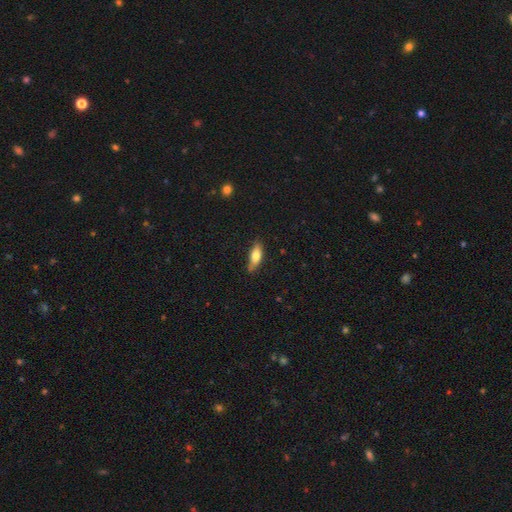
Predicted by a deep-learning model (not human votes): The model was most divided on "how rounded": in between: 62%, cigar-shaped: 35%, round: 3%. More confident: merging — none (73%); smooth or featured — smooth (71%).